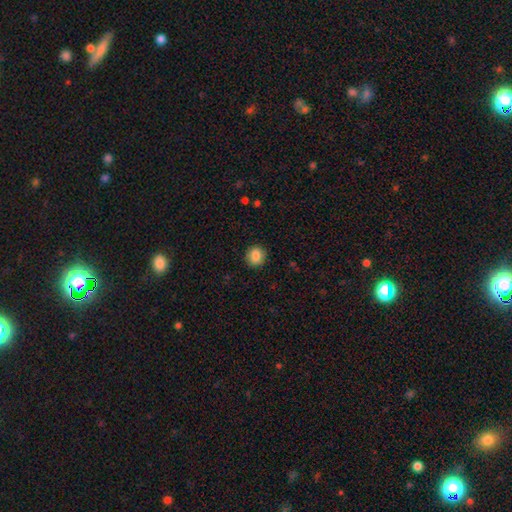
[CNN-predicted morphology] type=smooth (87%); roundness=round (86%); merging=none (90%).